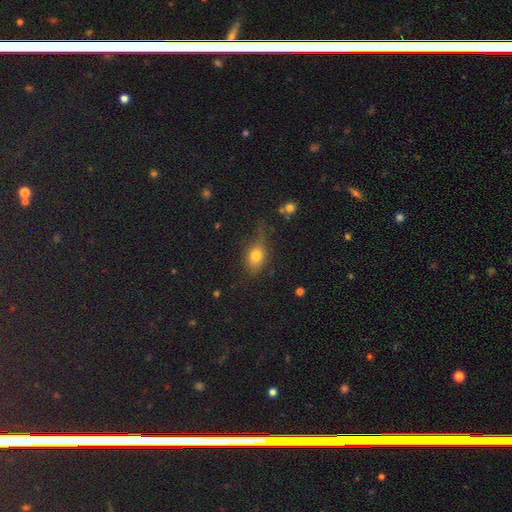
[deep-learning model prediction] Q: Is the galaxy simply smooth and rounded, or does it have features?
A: smooth — 75%.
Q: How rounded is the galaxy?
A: in between — 64%.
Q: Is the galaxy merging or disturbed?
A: none — 50%.